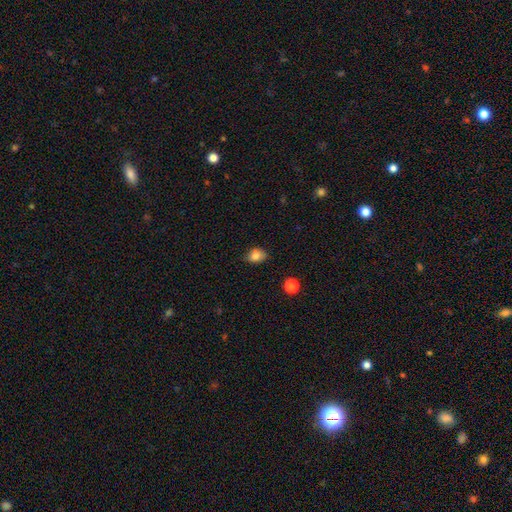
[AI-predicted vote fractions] The model was most divided on "how rounded": in between: 63%, round: 36%, cigar-shaped: 1%. More confident: smooth or featured — smooth (84%); merging — none (75%).